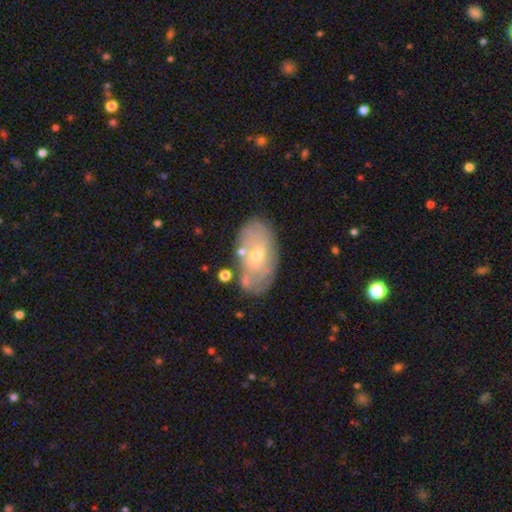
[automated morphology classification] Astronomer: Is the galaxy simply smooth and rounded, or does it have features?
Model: featured or disk — 60%.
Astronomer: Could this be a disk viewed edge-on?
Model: no — 92%.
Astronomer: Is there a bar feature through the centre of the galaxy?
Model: no — 61%.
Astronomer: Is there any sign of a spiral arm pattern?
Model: yes — 58% (runner-up: no, 42%).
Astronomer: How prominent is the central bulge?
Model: small — 50% (runner-up: moderate, 46%).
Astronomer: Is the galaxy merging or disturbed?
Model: none — 72%.